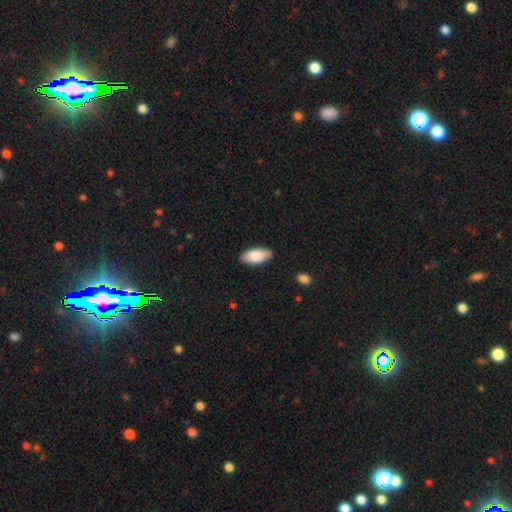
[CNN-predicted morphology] A smooth galaxy with no disk features (86%) that is in between round and cigar-shaped (91%). Merging: none (87%).